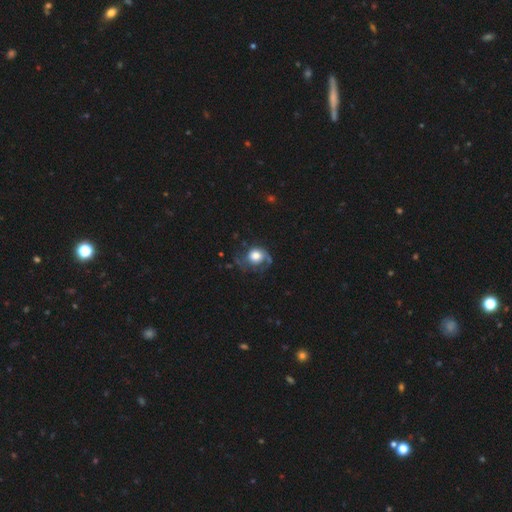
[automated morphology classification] Smooth or featured: smooth — 52% (featured or disk — 40%)
How rounded: round — 72% (in between — 27%)
Merging: none — 45% (major disturbance — 28%)